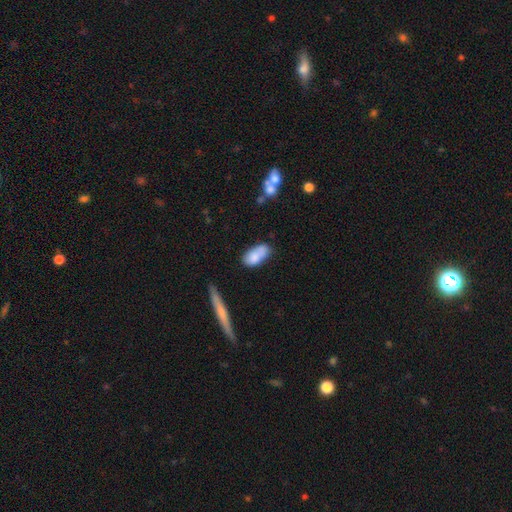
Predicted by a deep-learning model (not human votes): Smooth or featured?
  - smooth: 78% *
  - featured or disk: 15%
  - star or artifact: 7%
How rounded?
  - in between: 89% *
  - cigar-shaped: 7%
  - round: 3%
Merging?
  - none: 51% *
  - minor disturbance: 28%
  - merger: 13%
  - major disturbance: 8%